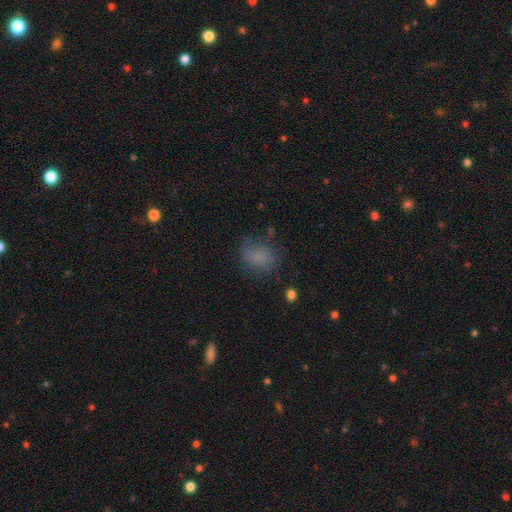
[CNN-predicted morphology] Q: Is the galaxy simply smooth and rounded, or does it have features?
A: smooth — 74%.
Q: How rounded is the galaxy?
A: in between — 65%.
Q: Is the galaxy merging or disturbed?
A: none — 63%.